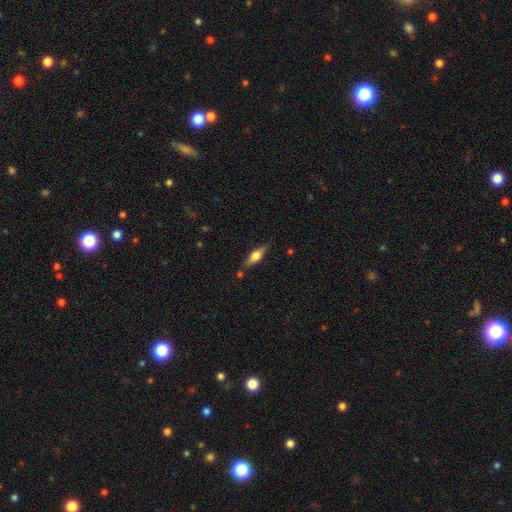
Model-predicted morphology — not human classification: A featured or disk galaxy (60%) viewed edge-on (95%) with a rounded central bulge (89%). Merging: none (81%).